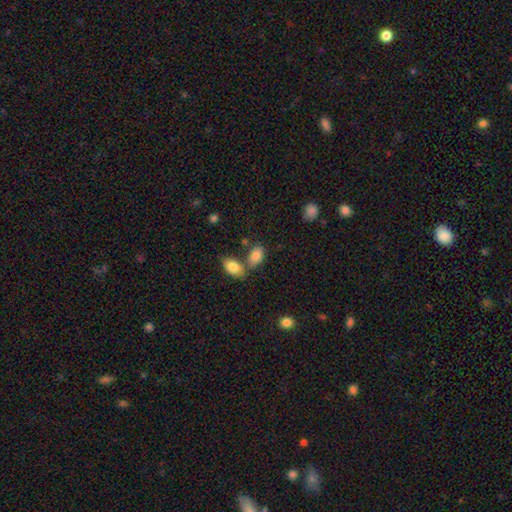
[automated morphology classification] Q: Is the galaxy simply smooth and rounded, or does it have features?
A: smooth — 84%.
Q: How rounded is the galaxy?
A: in between — 90%.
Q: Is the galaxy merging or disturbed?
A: none — 52%.